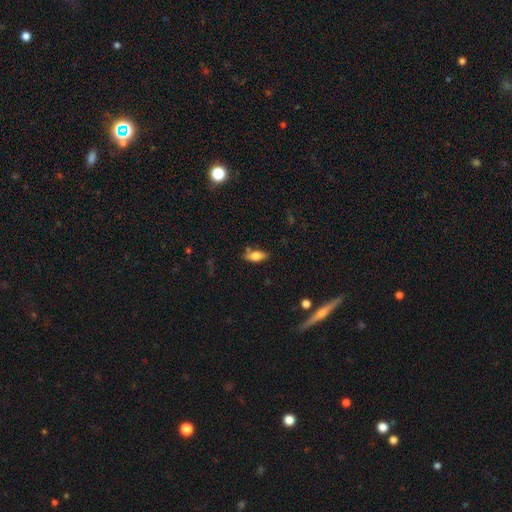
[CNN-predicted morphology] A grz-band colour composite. It shows a smooth galaxy with no disk features (76%) that is in between round and cigar-shaped (80%). Merging: none (73%).